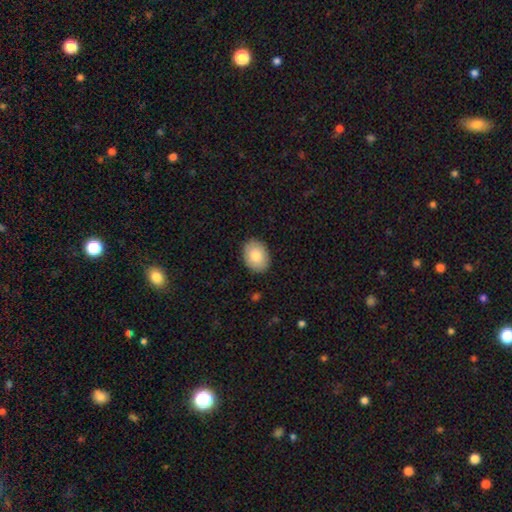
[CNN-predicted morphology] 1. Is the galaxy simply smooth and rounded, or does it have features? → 83% smooth, 11% featured or disk, 7% star or artifact.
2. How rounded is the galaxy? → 70% in between, 29% round, 1% cigar-shaped.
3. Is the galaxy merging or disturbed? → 89% none, 8% minor disturbance, 2% major disturbance, 1% merger.